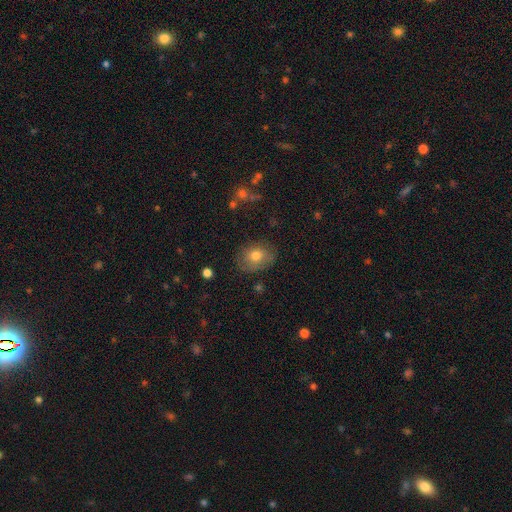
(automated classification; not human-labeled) Overall: smooth (75%). How rounded: in between (58%; round 41%). Merging: none (74%).